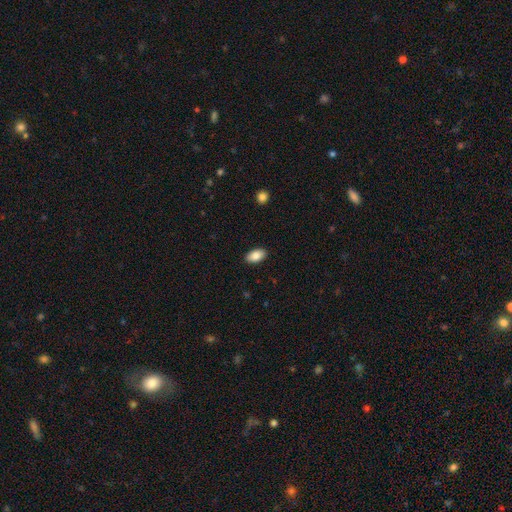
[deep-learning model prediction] A smooth galaxy with no disk features (86%) that is in between round and cigar-shaped (94%).

Vote fractions:
- Smooth or featured? smooth: 86% / star or artifact: 7% / featured or disk: 7%
- How rounded? in between: 94% / round: 4% / cigar-shaped: 2%
- Merging? none: 89% / minor disturbance: 8% / major disturbance: 2% / merger: 1%